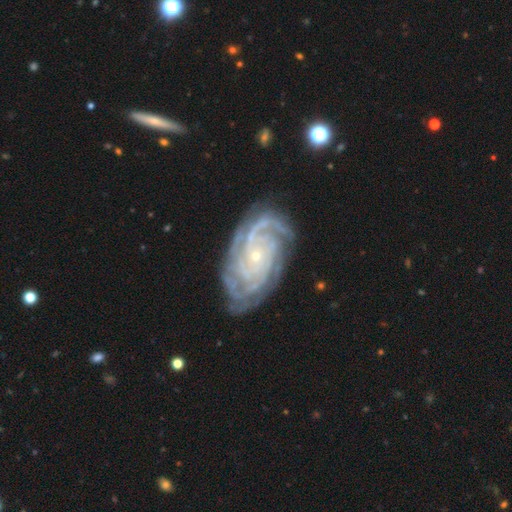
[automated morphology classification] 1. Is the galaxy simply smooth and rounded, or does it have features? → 91% featured or disk, 5% star or artifact, 4% smooth.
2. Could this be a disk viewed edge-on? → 97% no, 3% yes.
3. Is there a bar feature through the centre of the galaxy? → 77% no, 17% weak, 7% strong.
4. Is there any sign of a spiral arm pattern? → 98% yes, 2% no.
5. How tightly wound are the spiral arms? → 78% tight, 19% medium, 3% loose.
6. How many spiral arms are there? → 29% 4, 18% 3, 17% more than 4, 17% can't tell, 11% 2, 7% 1.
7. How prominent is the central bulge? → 85% small, 11% moderate, 1% none, 1% large, 1% dominant.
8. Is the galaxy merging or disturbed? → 77% none, 17% minor disturbance, 5% major disturbance, 1% merger.